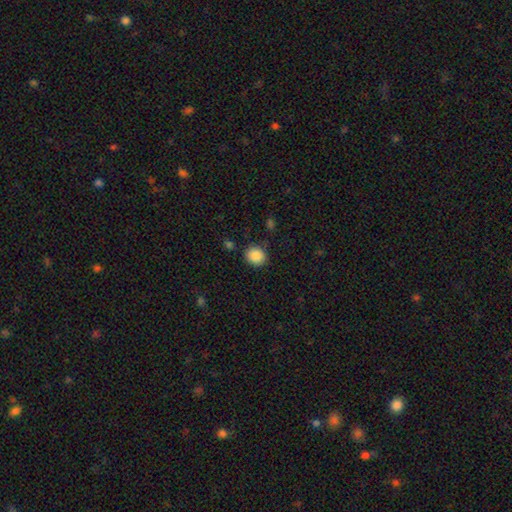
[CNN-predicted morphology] A smooth galaxy with no disk features (87%) that is round (76%). Merging: none (85%).